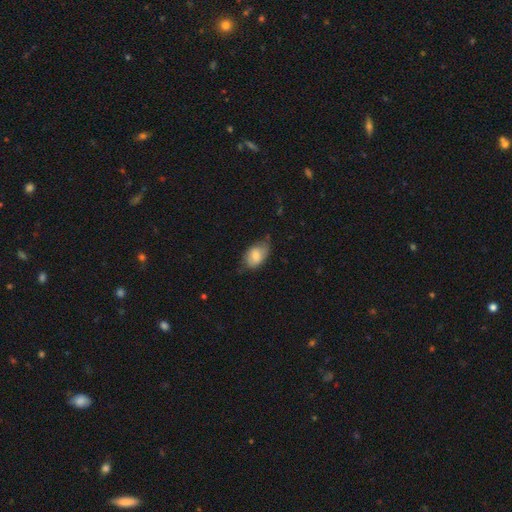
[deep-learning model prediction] This appears to be a smooth galaxy with no disk features (71%) that is in between round and cigar-shaped (88%). Merging: none (52%).